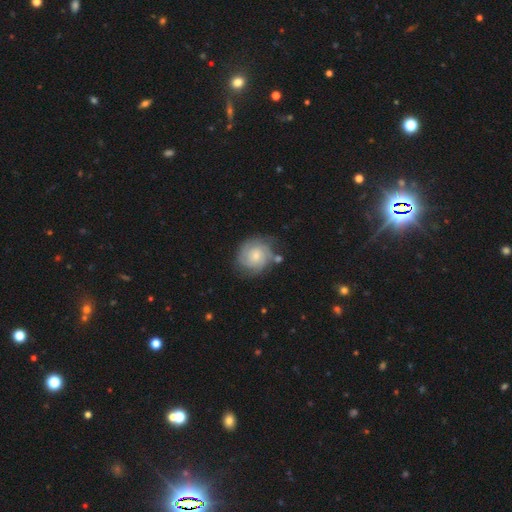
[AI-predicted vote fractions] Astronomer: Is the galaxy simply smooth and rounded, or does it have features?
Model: featured or disk — 69%.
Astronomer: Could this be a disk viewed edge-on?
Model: no — 98%.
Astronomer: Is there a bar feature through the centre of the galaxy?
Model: no — 70%.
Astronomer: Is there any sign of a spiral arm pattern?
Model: yes — 93%.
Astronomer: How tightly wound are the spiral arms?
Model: tight — 69%.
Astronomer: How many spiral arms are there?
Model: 2 — 32% (runner-up: can't tell, 31%).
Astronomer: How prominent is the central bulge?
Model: small — 57% (runner-up: moderate, 34%).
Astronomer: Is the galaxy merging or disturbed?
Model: none — 68%.